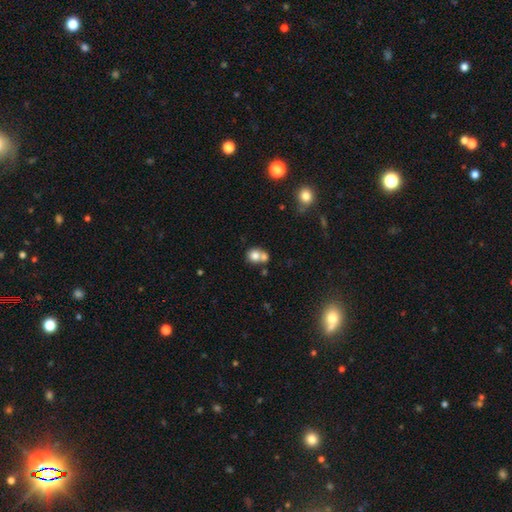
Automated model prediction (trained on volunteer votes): Overall: smooth (76%). How rounded: round (76%). Merging: merger (51%; none 37%).